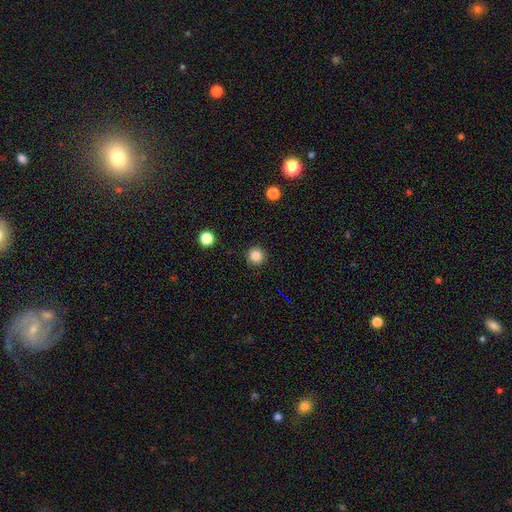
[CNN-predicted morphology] The model was most divided on "smooth or featured": smooth: 84%, star or artifact: 12%, featured or disk: 4%. More confident: how rounded — round (96%); merging — none (92%).